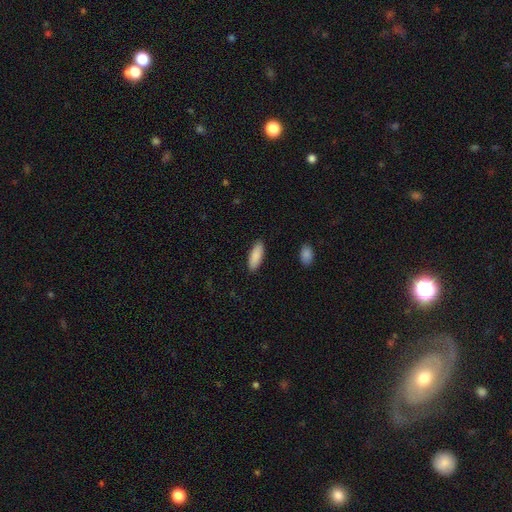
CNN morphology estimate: type=smooth (89%); roundness=in between (67%); merging=none (89%).